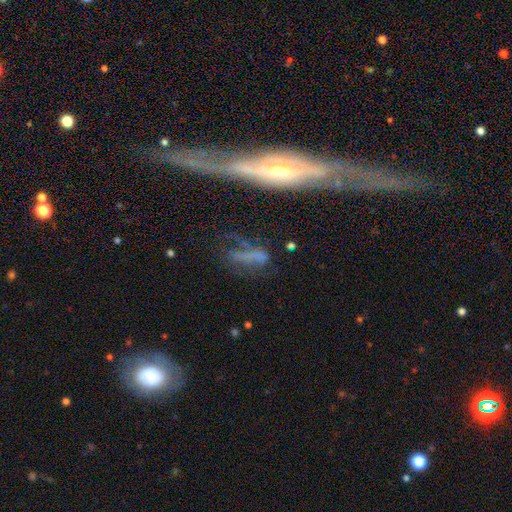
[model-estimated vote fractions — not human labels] smooth-or-featured: smooth: 44% | featured or disk: 40% | star or artifact: 17%
  merging: none: 47% | minor disturbance: 22% | major disturbance: 22% | merger: 9%